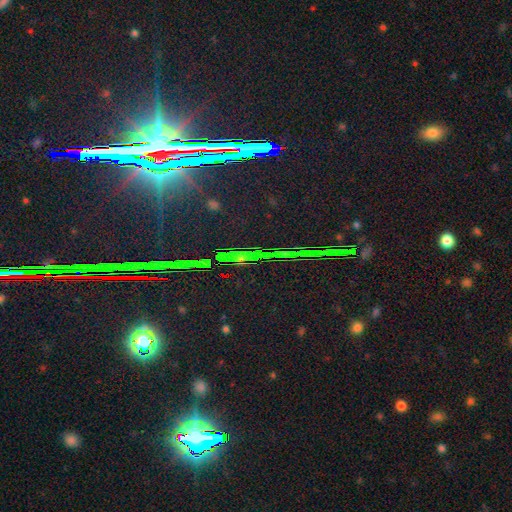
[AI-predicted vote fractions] Morphology: type=star or artifact (83%).